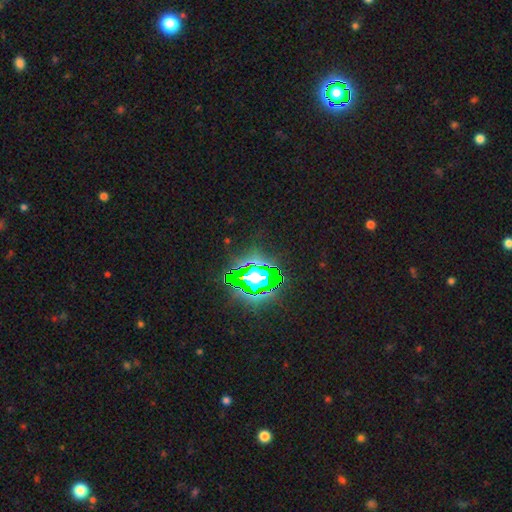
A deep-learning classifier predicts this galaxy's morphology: type=star or artifact (80%).